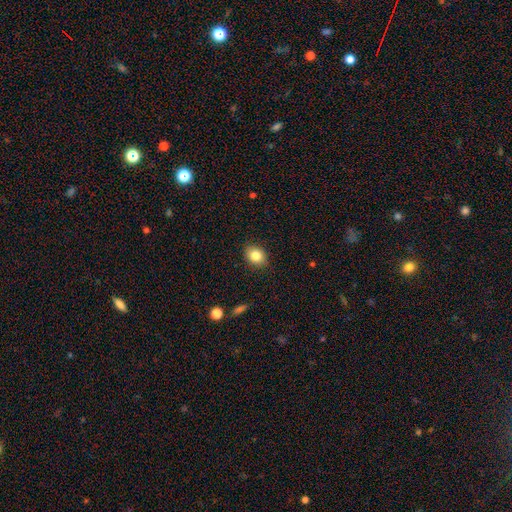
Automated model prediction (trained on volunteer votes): Smooth or featured: smooth — 84% (star or artifact — 9%)
How rounded: in between — 51% (round — 48%)
Merging: none — 87% (minor disturbance — 9%)